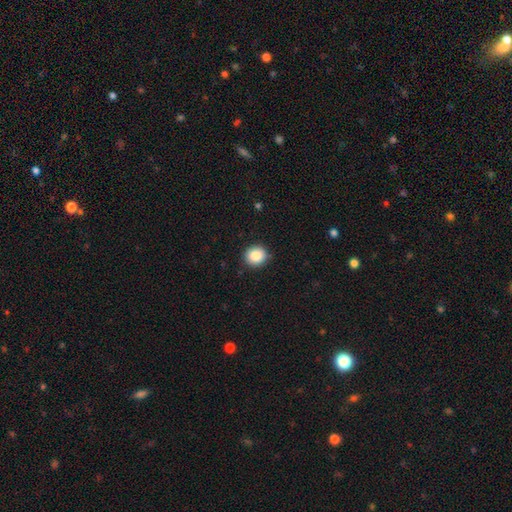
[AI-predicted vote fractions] smooth 87%, star or artifact 9%, featured or disk 4%. Down the decision tree: how rounded — round (84%); merging — none (89%).